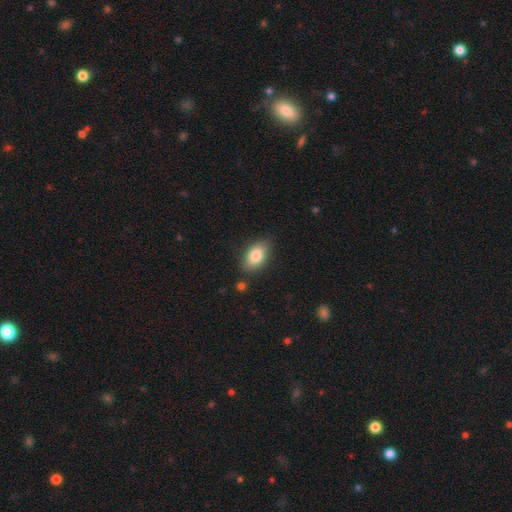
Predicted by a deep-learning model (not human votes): Smooth or featured?
  - smooth: 84% *
  - featured or disk: 9%
  - star or artifact: 7%
How rounded?
  - in between: 91% *
  - round: 6%
  - cigar-shaped: 3%
Merging?
  - none: 79% *
  - minor disturbance: 15%
  - major disturbance: 3%
  - merger: 3%